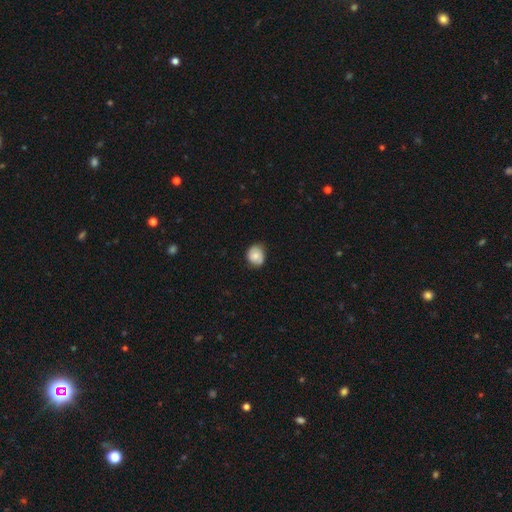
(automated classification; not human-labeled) A smooth galaxy with no disk features (72%) that is round (73%). Merging: none (73%).